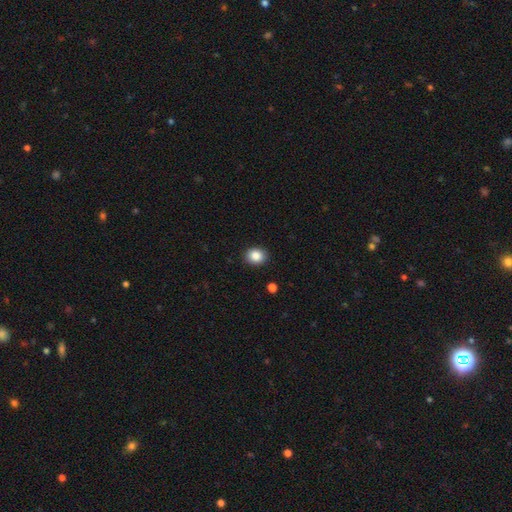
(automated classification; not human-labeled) Q: Smooth or featured?
A: smooth (87%); runner-up: star or artifact (9%)
Q: How rounded?
A: round (64%); runner-up: in between (35%)
Q: Merging?
A: none (90%); runner-up: minor disturbance (7%)